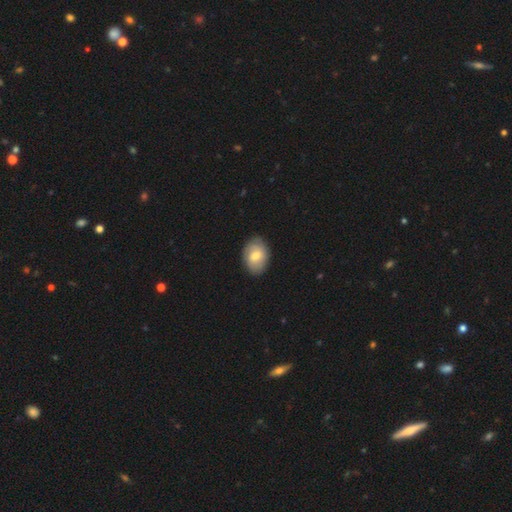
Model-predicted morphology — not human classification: smooth 63%, featured or disk 31%, star or artifact 6%. Down the decision tree: how rounded — in between (77%); merging — none (82%).